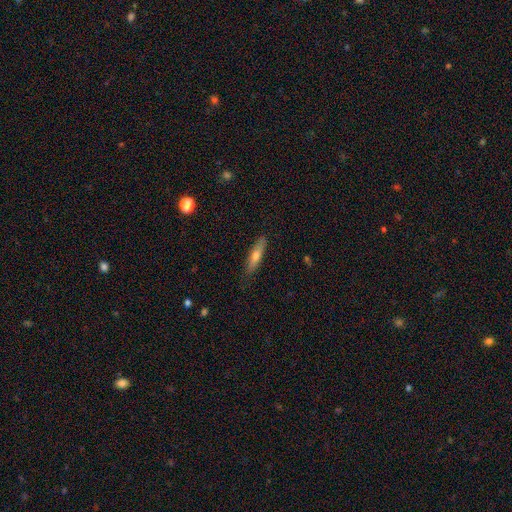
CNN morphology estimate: Q: Smooth or featured?
A: smooth (58%); runner-up: featured or disk (36%)
Q: How rounded?
A: cigar-shaped (79%); runner-up: in between (19%)
Q: Merging?
A: none (85%); runner-up: minor disturbance (12%)